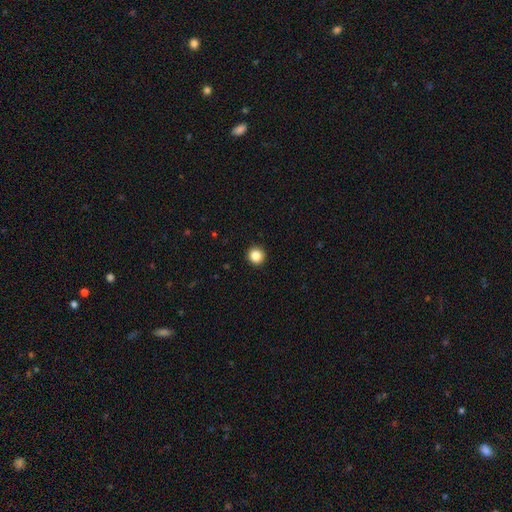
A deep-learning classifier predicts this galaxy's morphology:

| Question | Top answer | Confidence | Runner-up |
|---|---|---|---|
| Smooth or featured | smooth | 86% | star or artifact (10%) |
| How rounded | round | 94% | in between (5%) |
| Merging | none | 93% | minor disturbance (4%) |